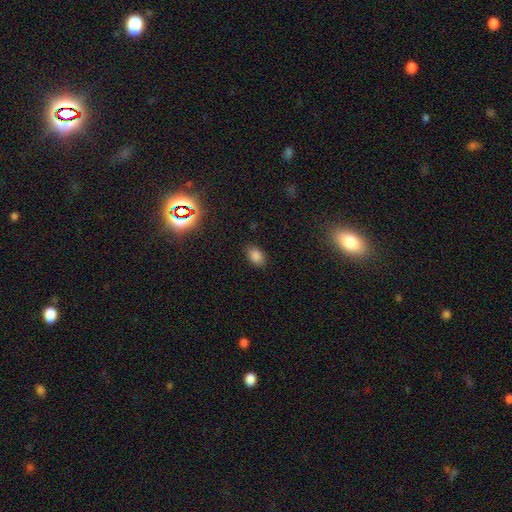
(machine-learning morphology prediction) The model was most divided on "smooth or featured": smooth: 81%, star or artifact: 13%, featured or disk: 5%. More confident: how rounded — in between (86%); merging — none (84%).